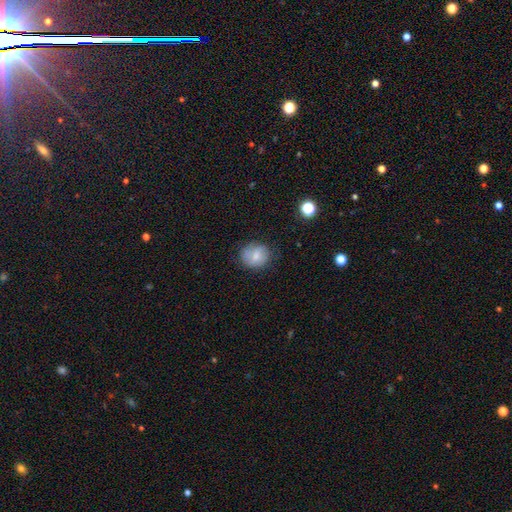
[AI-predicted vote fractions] Q: Smooth or featured?
A: smooth (73%); runner-up: featured or disk (18%)
Q: How rounded?
A: round (72%); runner-up: in between (27%)
Q: Merging?
A: none (68%); runner-up: minor disturbance (24%)